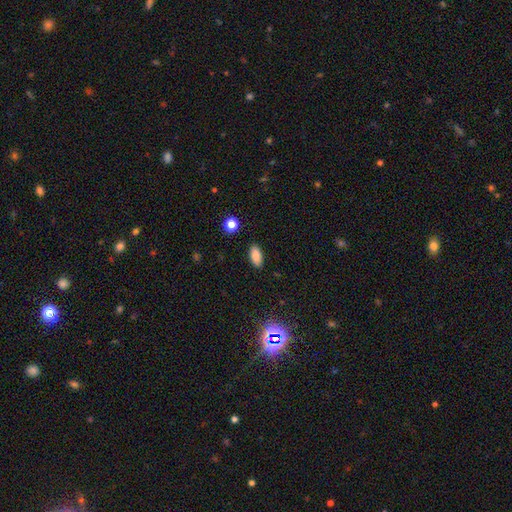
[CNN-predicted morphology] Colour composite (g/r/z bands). It shows a smooth galaxy with no disk features (85%) that is in between round and cigar-shaped (89%). Merging: none (88%).